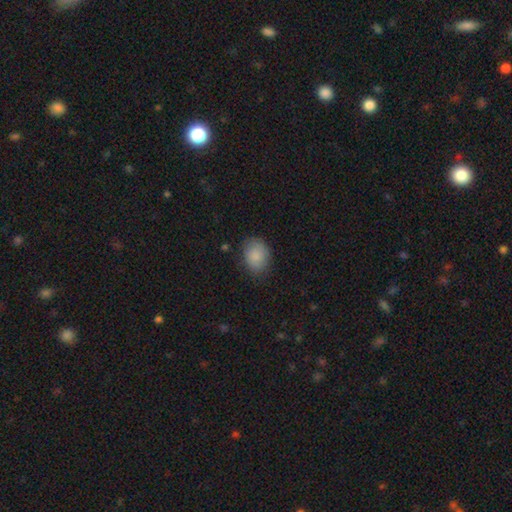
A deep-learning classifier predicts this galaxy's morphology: type=smooth (85%); roundness=in between (65%); merging=none (77%).